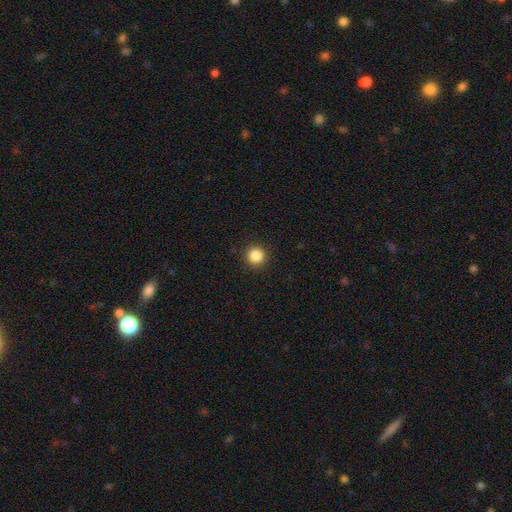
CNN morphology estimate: type=smooth (86%); roundness=round (95%); merging=none (92%).